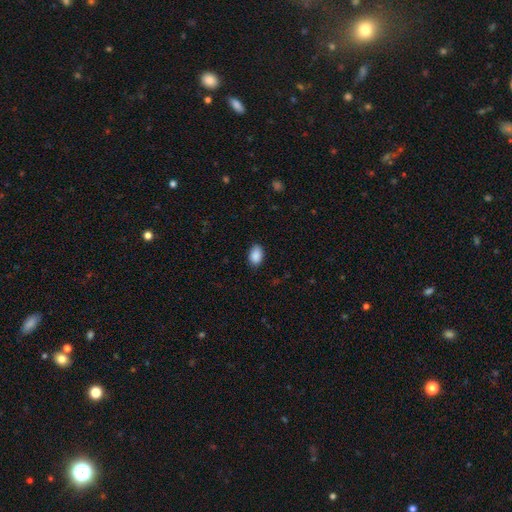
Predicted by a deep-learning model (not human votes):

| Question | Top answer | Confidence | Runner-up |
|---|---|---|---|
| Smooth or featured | smooth | 89% | star or artifact (8%) |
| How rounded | in between | 85% | round (14%) |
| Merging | none | 83% | minor disturbance (14%) |